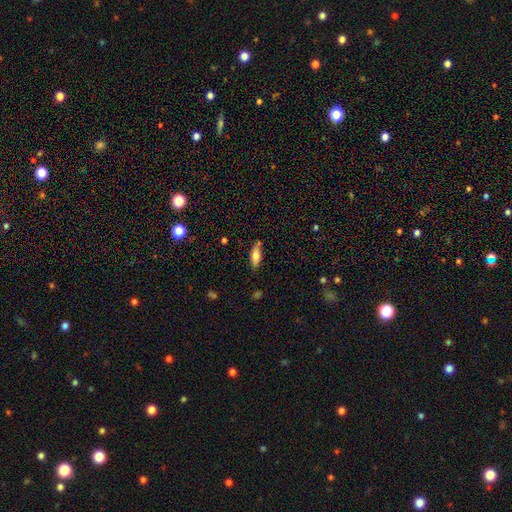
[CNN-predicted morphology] Smooth or featured? Predicted: smooth (p=0.68). How rounded? Predicted: in between (p=0.65). Merging? Predicted: none (p=0.72).